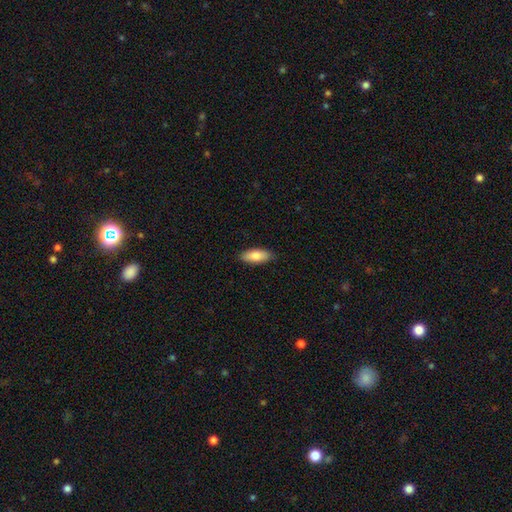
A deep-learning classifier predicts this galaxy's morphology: This appears to be a smooth galaxy with no disk features (84%) that is in between round and cigar-shaped (80%). Merging: none (87%).